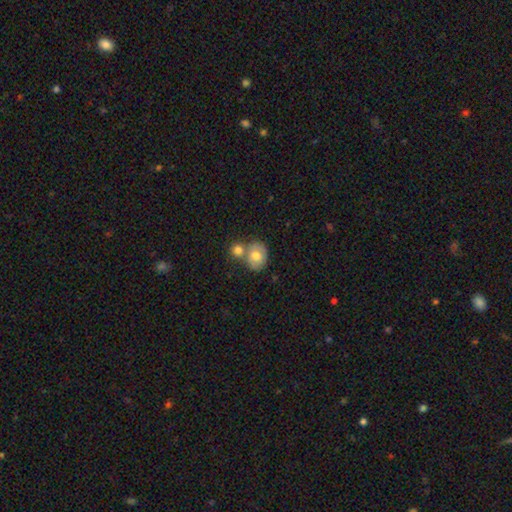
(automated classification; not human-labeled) Smooth or featured: smooth — 69% (featured or disk — 24%)
How rounded: round — 56% (in between — 43%)
Merging: merger — 44% (none — 40%)